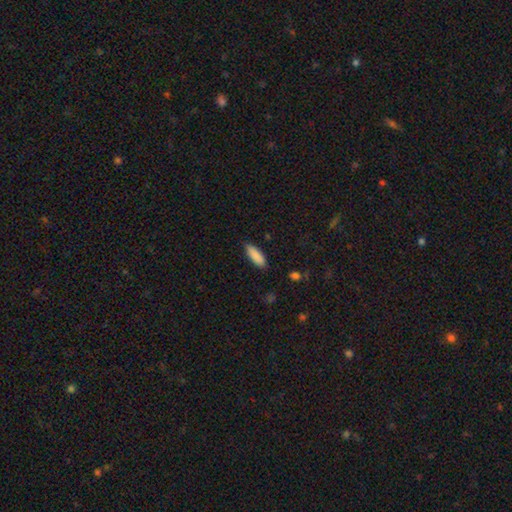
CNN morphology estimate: Q: Smooth or featured?
A: smooth (89%); runner-up: star or artifact (6%)
Q: How rounded?
A: in between (62%); runner-up: cigar-shaped (37%)
Q: Merging?
A: none (83%); runner-up: minor disturbance (13%)